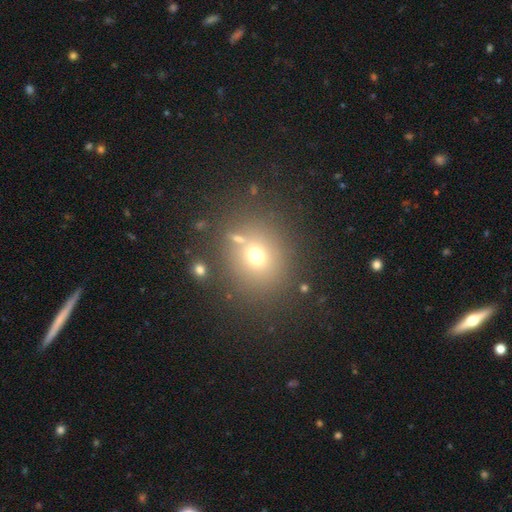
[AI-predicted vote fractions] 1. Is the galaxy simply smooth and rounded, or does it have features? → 67% smooth, 20% star or artifact, 13% featured or disk.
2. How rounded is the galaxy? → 76% round, 23% in between, 1% cigar-shaped.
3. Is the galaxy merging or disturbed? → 76% none, 10% minor disturbance, 10% merger, 5% major disturbance.